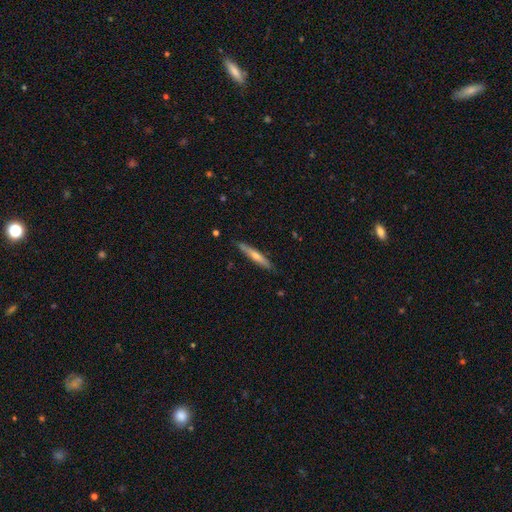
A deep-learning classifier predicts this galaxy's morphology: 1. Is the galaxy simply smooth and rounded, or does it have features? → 50% featured or disk, 44% smooth, 6% star or artifact.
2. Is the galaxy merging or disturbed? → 87% none, 10% minor disturbance, 2% major disturbance, 1% merger.